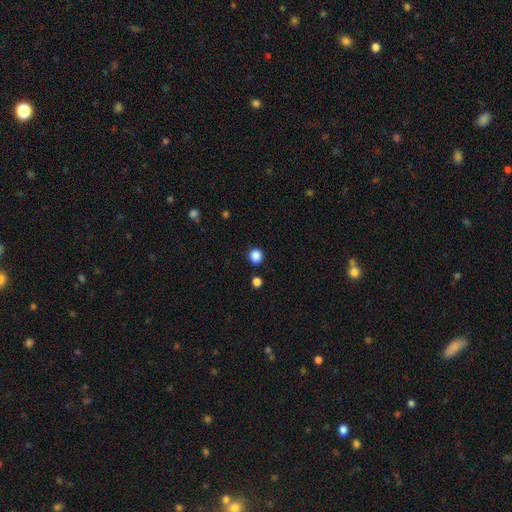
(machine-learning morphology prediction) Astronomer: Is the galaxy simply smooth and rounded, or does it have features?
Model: smooth — 87%.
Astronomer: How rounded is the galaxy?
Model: round — 83%.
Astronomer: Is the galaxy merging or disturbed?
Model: none — 87%.